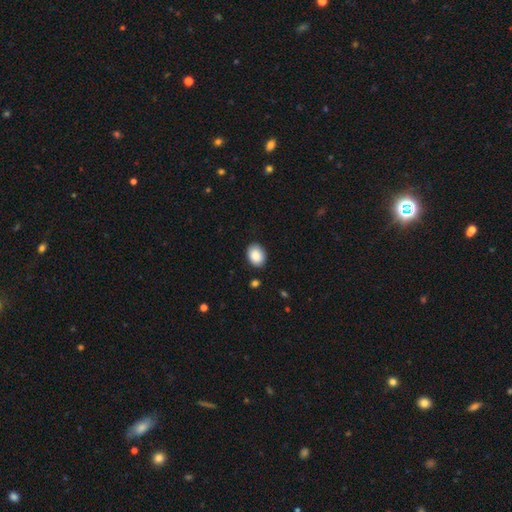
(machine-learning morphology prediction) Smooth or featured: smooth — 88% (star or artifact — 7%)
How rounded: in between — 70% (round — 29%)
Merging: none — 87% (minor disturbance — 9%)